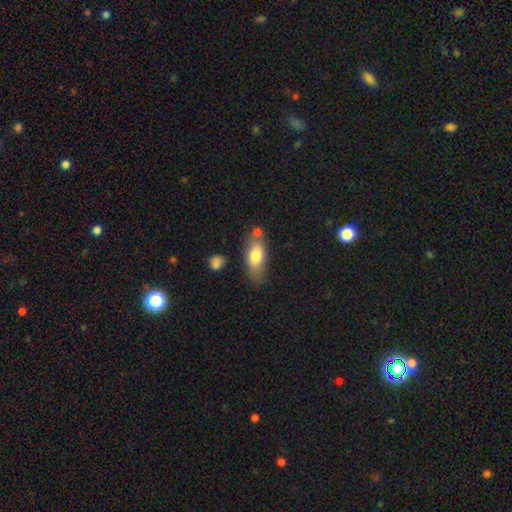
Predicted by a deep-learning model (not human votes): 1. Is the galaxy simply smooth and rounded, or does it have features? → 75% smooth, 18% featured or disk, 7% star or artifact.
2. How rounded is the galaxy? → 79% in between, 17% cigar-shaped, 4% round.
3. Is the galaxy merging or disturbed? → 61% none, 20% minor disturbance, 13% merger, 6% major disturbance.